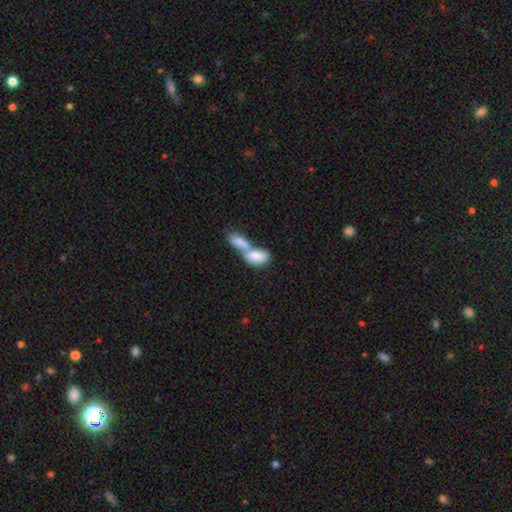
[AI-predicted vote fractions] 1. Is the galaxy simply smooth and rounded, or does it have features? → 78% smooth, 16% featured or disk, 6% star or artifact.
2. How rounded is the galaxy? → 88% in between, 7% cigar-shaped, 5% round.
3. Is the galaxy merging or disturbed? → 75% merger, 15% none, 6% minor disturbance, 4% major disturbance.